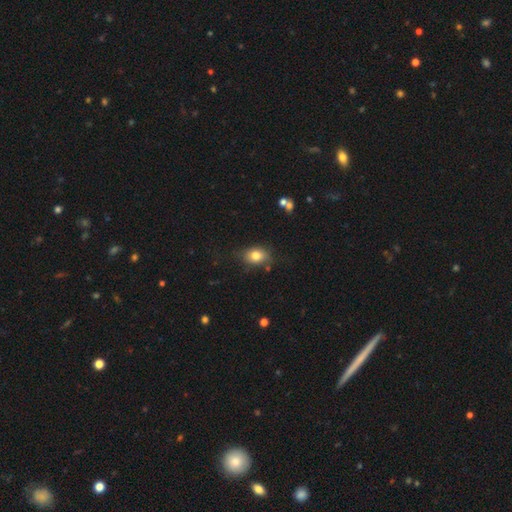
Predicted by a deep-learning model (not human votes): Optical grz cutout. It shows a smooth galaxy with no disk features (80%) that is in between round and cigar-shaped (70%). Merging: none (72%).